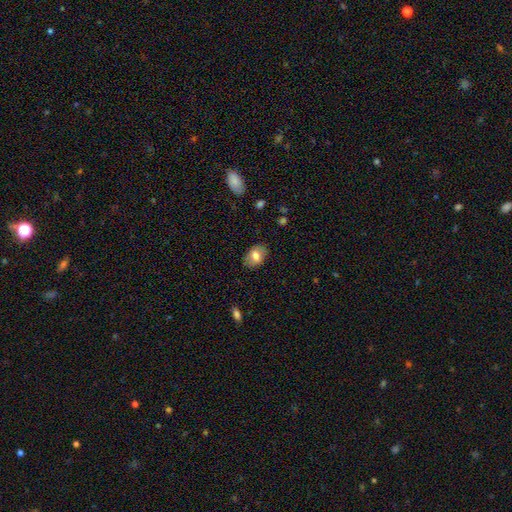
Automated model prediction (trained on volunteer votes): smooth_or_featured: smooth (p=0.72) [alt: featured or disk p=0.21]
how_rounded: in between (p=0.84) [alt: round p=0.14]
merging: none (p=0.81) [alt: minor disturbance p=0.14]